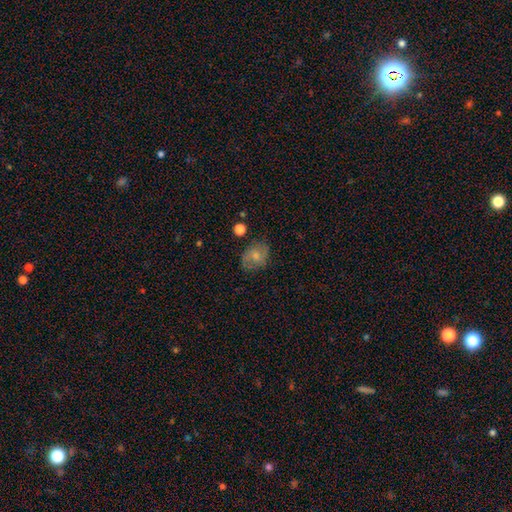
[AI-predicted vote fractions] Smooth or featured?
  - smooth: 61% *
  - featured or disk: 30%
  - star or artifact: 9%
How rounded?
  - in between: 54% *
  - round: 45%
  - cigar-shaped: 1%
Merging?
  - none: 70% *
  - minor disturbance: 20%
  - major disturbance: 7%
  - merger: 2%